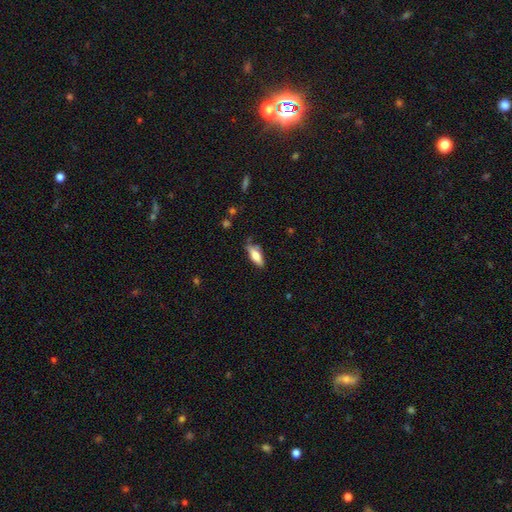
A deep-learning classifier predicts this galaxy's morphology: type=smooth (69%); roundness=in between (64%); merging=none (72%).